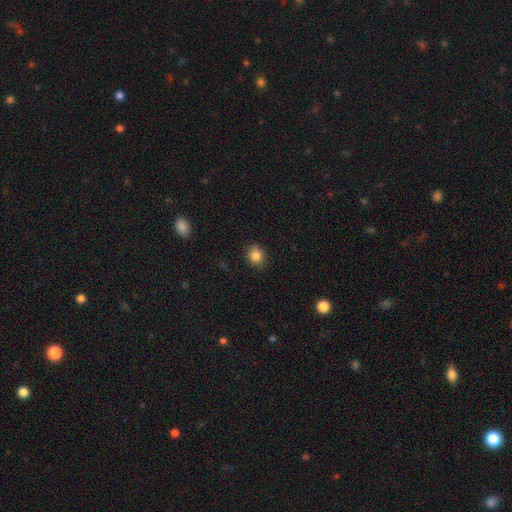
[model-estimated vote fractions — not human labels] Smooth or featured? smooth (85%)
How rounded? round (68%)
Merging? none (85%)